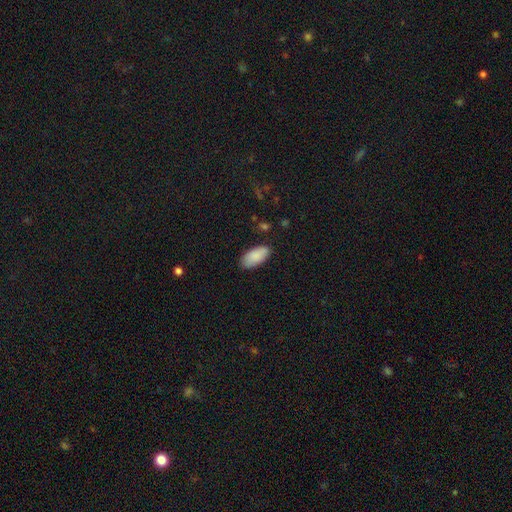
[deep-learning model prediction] smooth_or_featured: smooth (p=0.89) [alt: star or artifact p=0.06]
how_rounded: in between (p=0.92) [alt: cigar-shaped p=0.06]
merging: none (p=0.83) [alt: minor disturbance p=0.13]